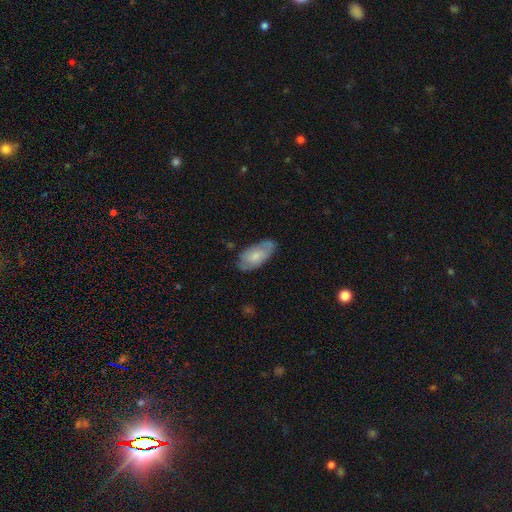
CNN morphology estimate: The model was most divided on "smooth or featured": smooth: 67%, featured or disk: 27%, star or artifact: 6%. More confident: how rounded — in between (92%); merging — none (69%).